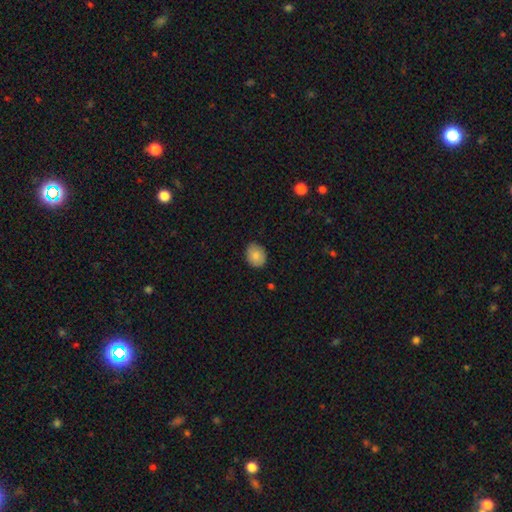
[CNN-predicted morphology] A smooth galaxy with no disk features (84%) that is round (51%). Merging: none (85%).